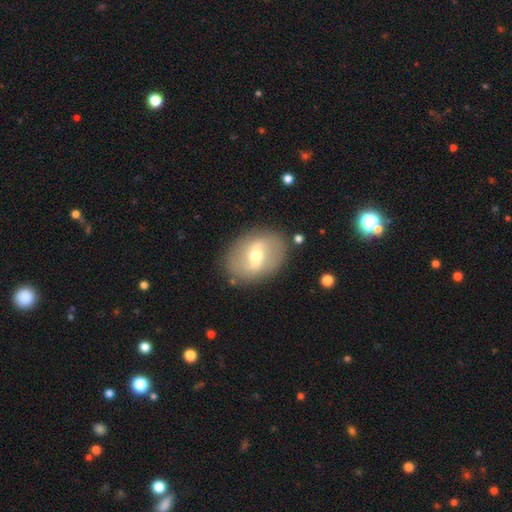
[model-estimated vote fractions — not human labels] featured or disk 62%, smooth 31%, star or artifact 7%. Down the decision tree: edge-on disk — no (93%); bar — weak (46%); spiral arms — no (53%); bulge size — moderate (67%); merging — none (83%).